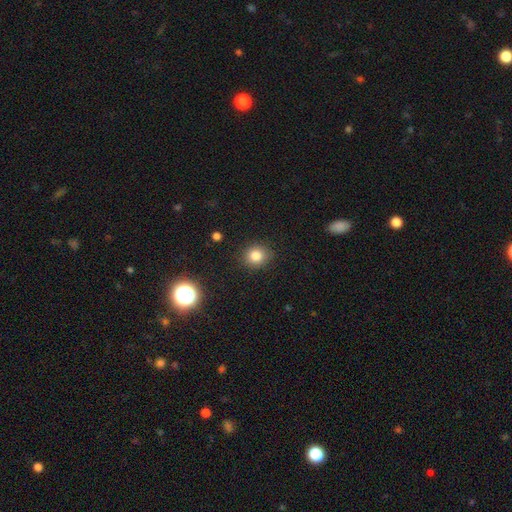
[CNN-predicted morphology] Smooth or featured: smooth — 81% (star or artifact — 13%)
How rounded: round — 82% (in between — 17%)
Merging: none — 88% (minor disturbance — 9%)